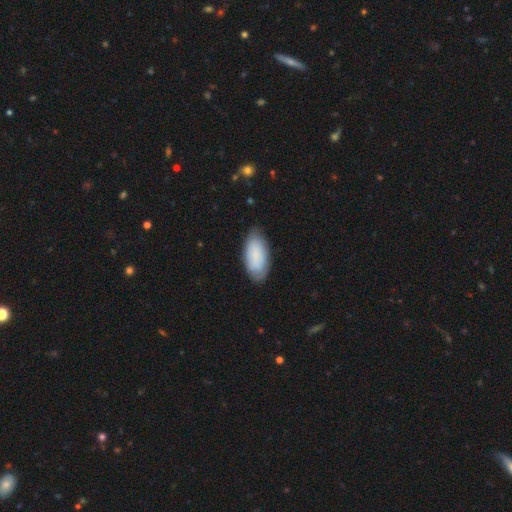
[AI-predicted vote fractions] Smooth or featured?
  - smooth: 81% *
  - featured or disk: 13%
  - star or artifact: 6%
How rounded?
  - in between: 93% *
  - cigar-shaped: 5%
  - round: 2%
Merging?
  - none: 78% *
  - minor disturbance: 17%
  - major disturbance: 3%
  - merger: 1%